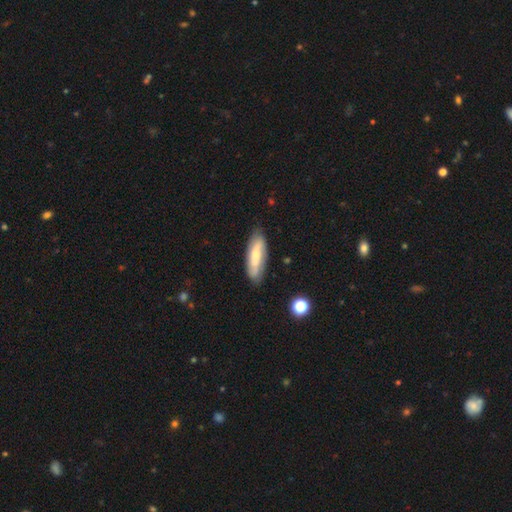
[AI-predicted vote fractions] Morphology: type=smooth (53%); roundness=in between (57%); merging=none (78%).